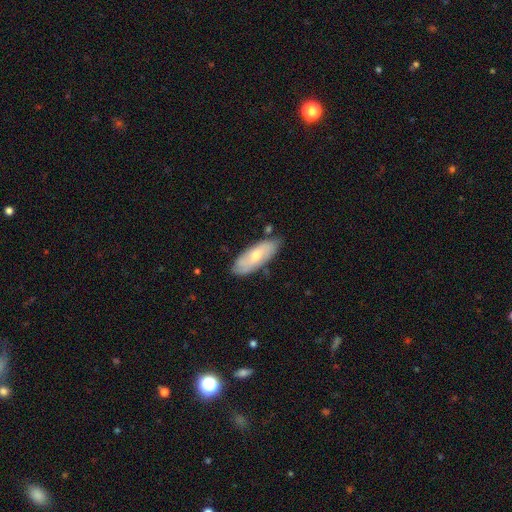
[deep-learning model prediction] A smooth galaxy with no disk features (53%) that is in between round and cigar-shaped (75%). Merging: none (75%).